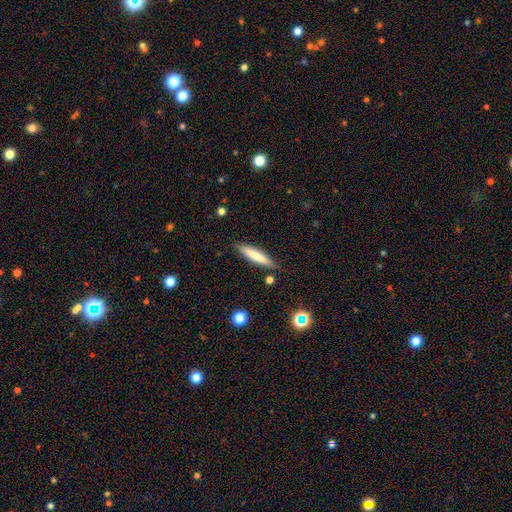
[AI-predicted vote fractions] Smooth or featured: smooth — 74% (featured or disk — 20%)
How rounded: cigar-shaped — 87% (in between — 12%)
Merging: none — 84% (minor disturbance — 12%)